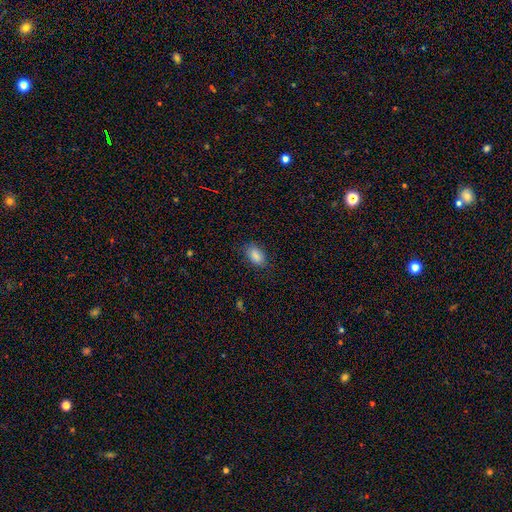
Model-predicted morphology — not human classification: type=smooth (88%); roundness=in between (90%); merging=none (79%).